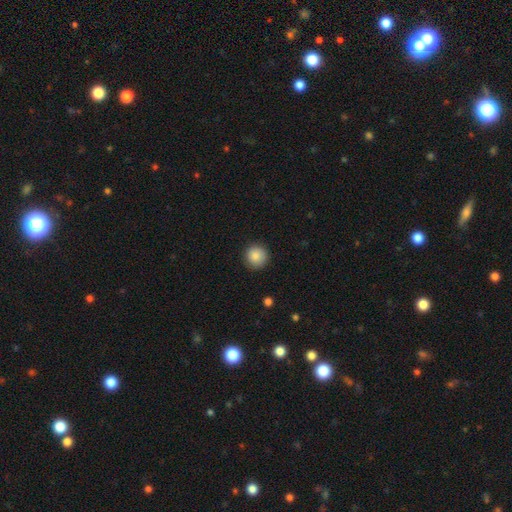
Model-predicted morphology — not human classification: A smooth galaxy with no disk features (87%) that is round (95%). Merging: none (90%).